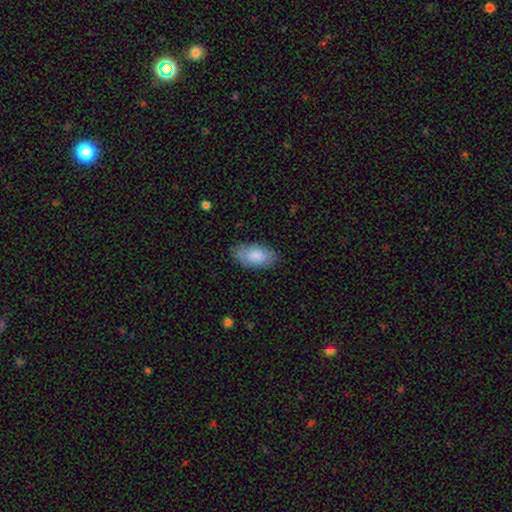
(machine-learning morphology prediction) Smooth or featured: smooth — 80% (featured or disk — 14%)
How rounded: in between — 95% (cigar-shaped — 3%)
Merging: none — 77% (minor disturbance — 18%)